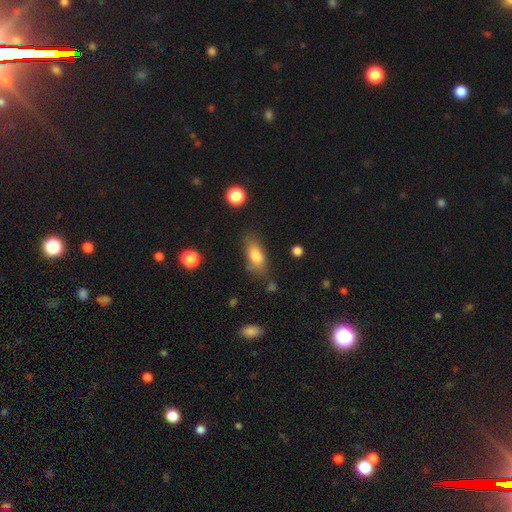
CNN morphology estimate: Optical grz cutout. It shows a smooth galaxy with no disk features (79%) that is in between round and cigar-shaped (82%). Merging: none (66%).